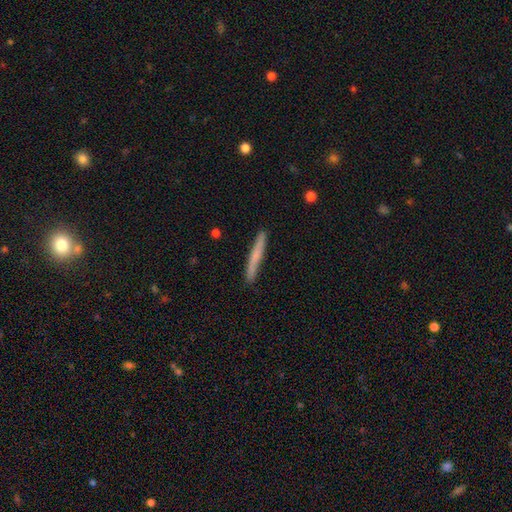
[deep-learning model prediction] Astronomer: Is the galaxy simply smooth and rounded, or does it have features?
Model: smooth — 61%.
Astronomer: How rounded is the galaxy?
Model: cigar-shaped — 96%.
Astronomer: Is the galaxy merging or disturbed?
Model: none — 89%.